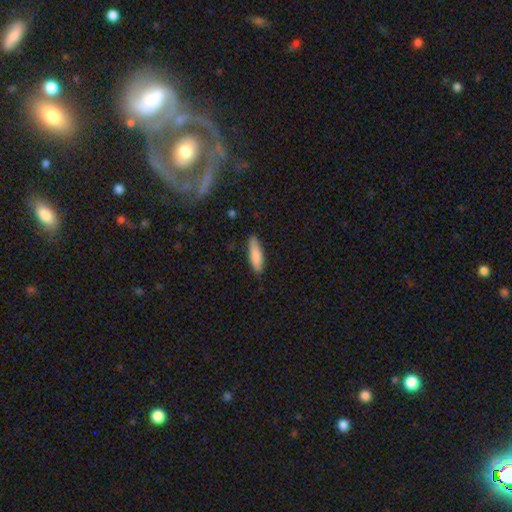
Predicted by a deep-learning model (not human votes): The model was most divided on "how rounded": cigar-shaped: 59%, in between: 40%, round: 2%. More confident: smooth or featured — smooth (86%); merging — none (85%).